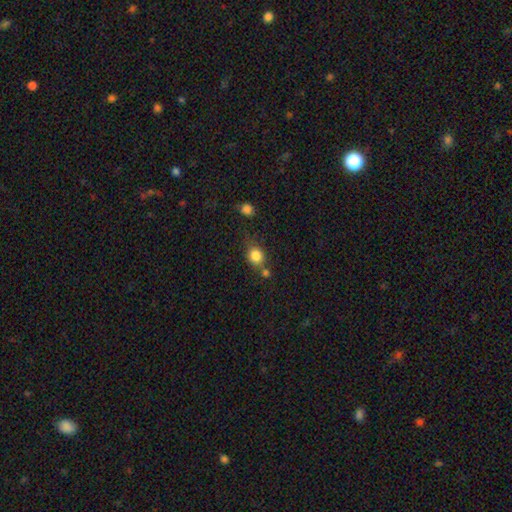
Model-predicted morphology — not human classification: Smooth or featured? Predicted: smooth (p=0.83). How rounded? Predicted: round (p=0.73). Merging? Predicted: none (p=0.59).